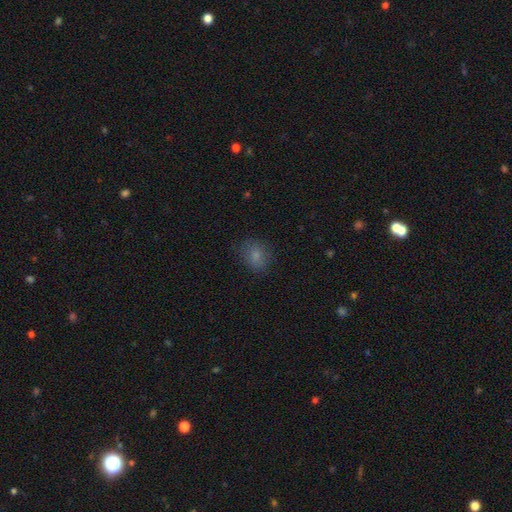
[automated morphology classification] Overall: smooth (81%). How rounded: round (54%; in between 45%). Merging: none (80%).